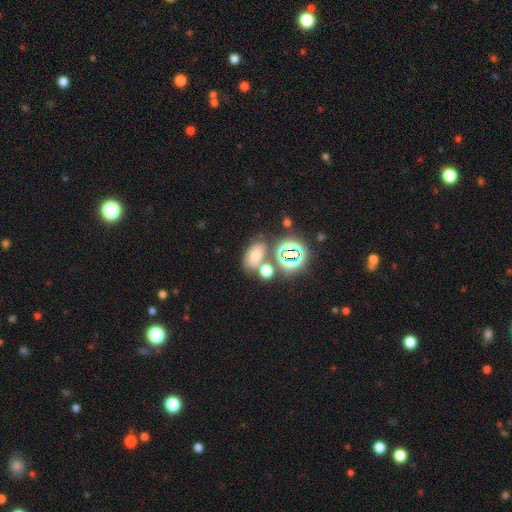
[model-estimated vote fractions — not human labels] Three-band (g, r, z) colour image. It shows a smooth galaxy with no disk features (48%). Merging: none (55%).